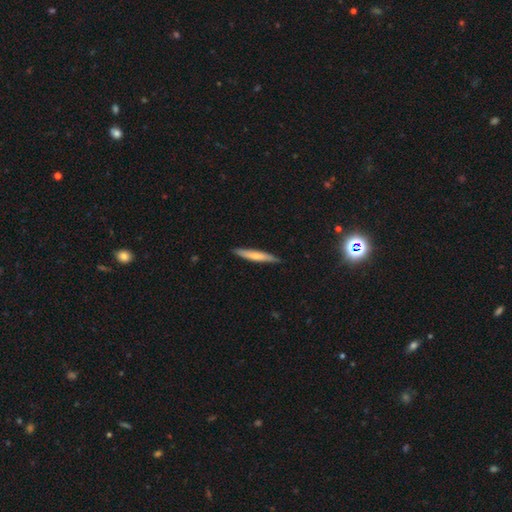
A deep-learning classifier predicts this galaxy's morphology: This appears to be a smooth galaxy with no disk features (67%) that is cigar-shaped (93%). Merging: none (86%).